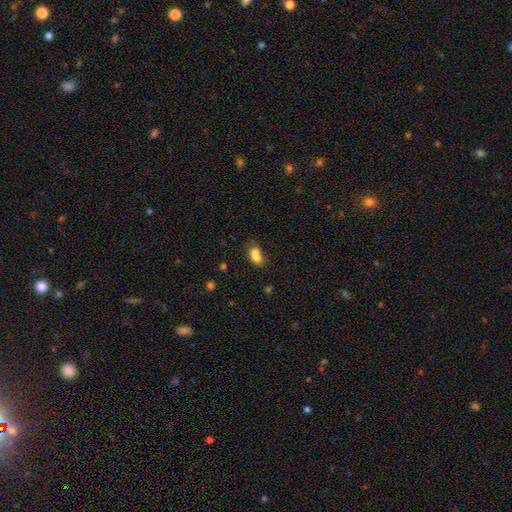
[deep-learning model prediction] Smooth or featured? smooth (75%)
How rounded? in between (73%)
Merging? merger (53%)